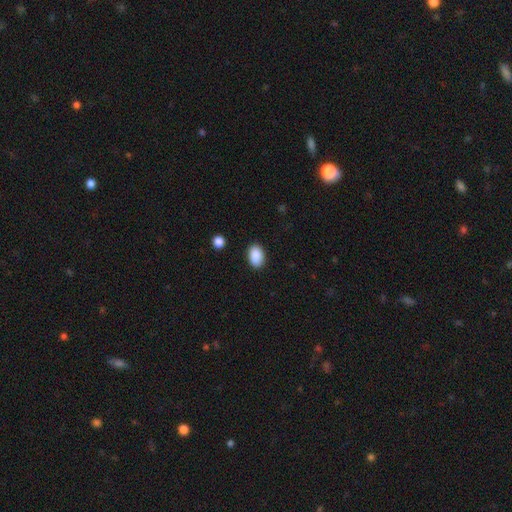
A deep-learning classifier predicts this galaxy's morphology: smooth_or_featured: smooth (p=0.89) [alt: star or artifact p=0.07]
how_rounded: in between (p=0.86) [alt: round p=0.12]
merging: none (p=0.87) [alt: minor disturbance p=0.09]